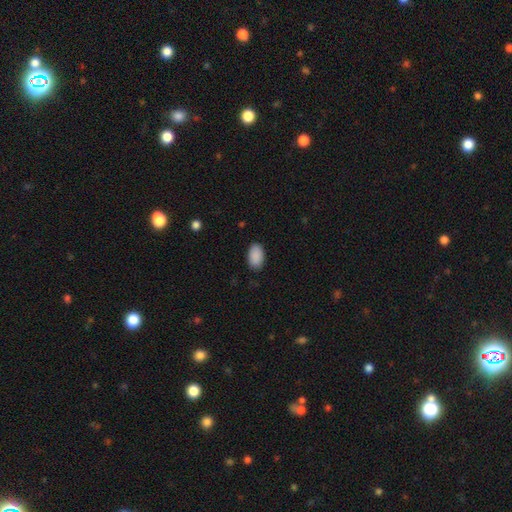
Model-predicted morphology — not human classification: smooth_or_featured: smooth (p=0.90) [alt: star or artifact p=0.07]
how_rounded: in between (p=0.94) [alt: round p=0.05]
merging: none (p=0.86) [alt: minor disturbance p=0.11]